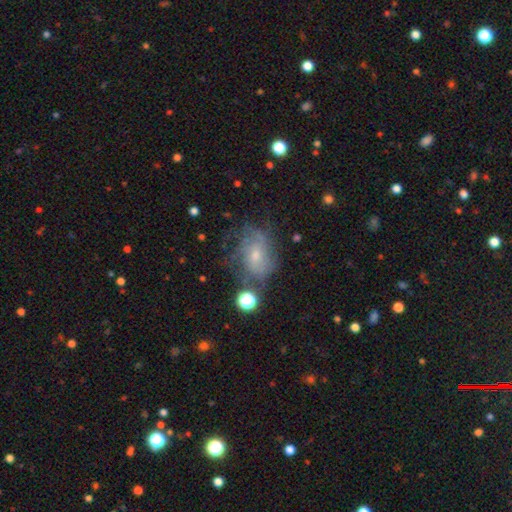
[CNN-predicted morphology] Smooth or featured: featured or disk — 60% (smooth — 27%)
Edge-on disk: no — 96% (yes — 4%)
Bar: no — 63% (weak — 32%)
Spiral arms: yes — 75% (no — 25%)
Bulge size: small — 55% (moderate — 37%)
Merging: none — 49% (minor disturbance — 25%)